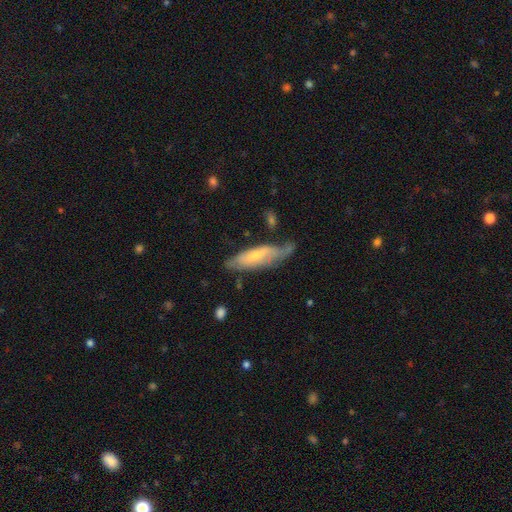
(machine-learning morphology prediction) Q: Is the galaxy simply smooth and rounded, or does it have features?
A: featured or disk — 47%, tied with smooth.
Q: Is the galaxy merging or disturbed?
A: none — 46%.